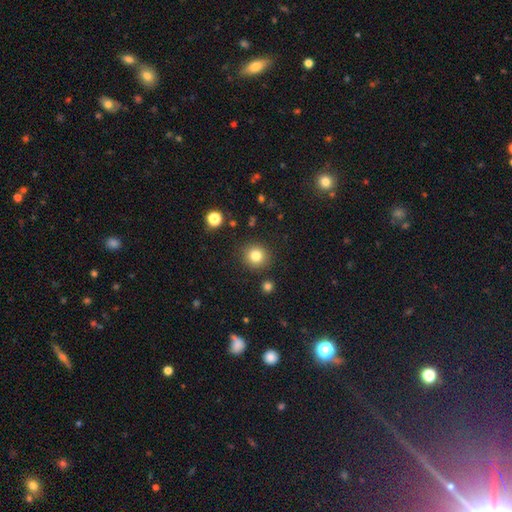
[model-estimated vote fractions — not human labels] Overall: smooth (81%). How rounded: round (91%). Merging: none (88%).